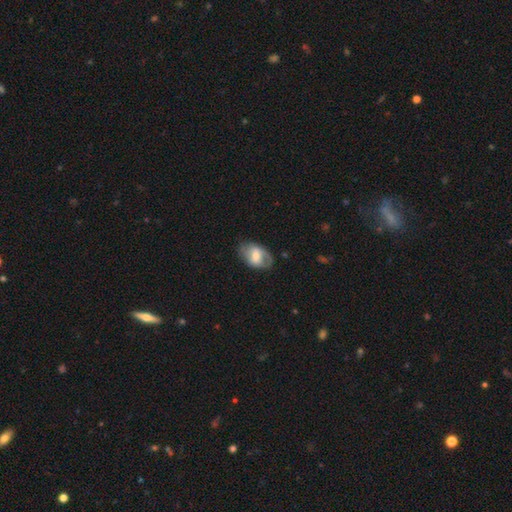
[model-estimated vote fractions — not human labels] Smooth or featured? smooth (47%)
Merging? none (68%)